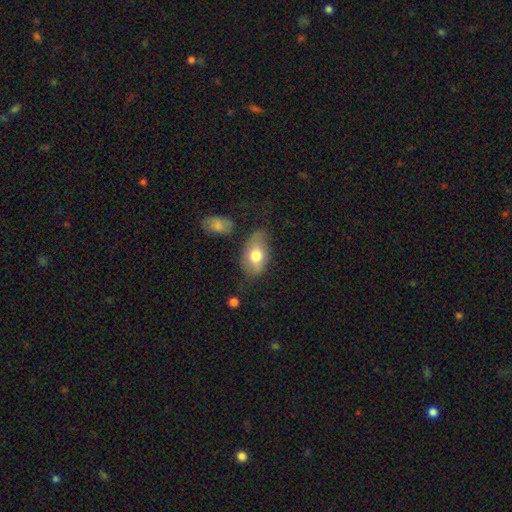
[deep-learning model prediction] smooth 72%, featured or disk 21%, star or artifact 7%. Down the decision tree: how rounded — in between (89%); merging — none (55%).